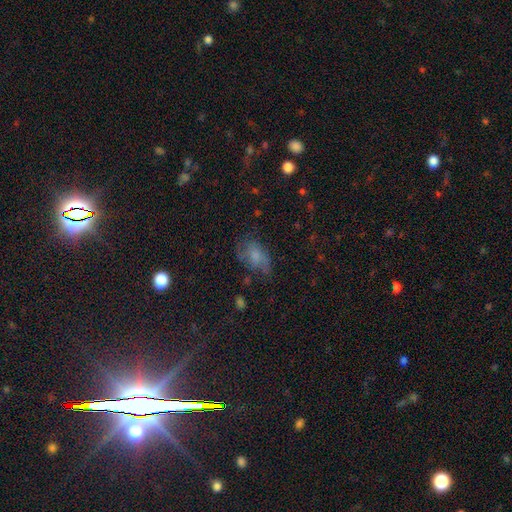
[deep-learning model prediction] Smooth or featured? smooth (58%)
How rounded? in between (85%)
Merging? none (49%)